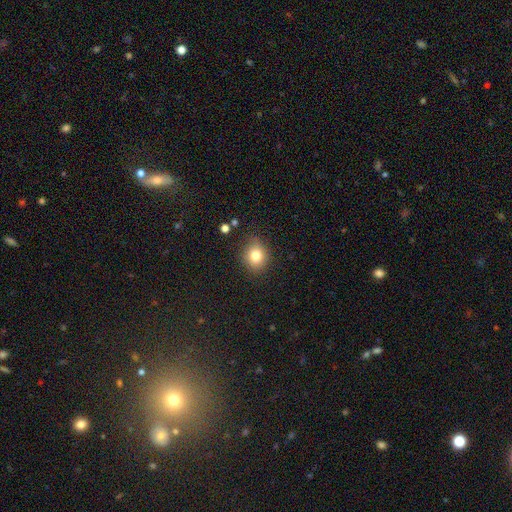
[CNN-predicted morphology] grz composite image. It shows a smooth galaxy with no disk features (80%) that is round (73%). Merging: none (83%).